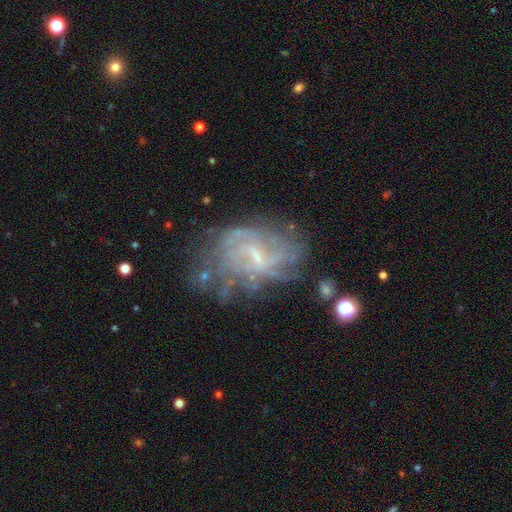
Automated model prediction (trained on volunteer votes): Overall: featured or disk (80%). Edge-on disk: no (97%). Bar: weak (57%; no 28%). Spiral arms: yes (84%). Spiral arm count: can't tell (50%; 4 14%). Spiral winding: tight (45%; medium 36%). Bulge size: small (66%). Merging: none (57%; minor disturbance 22%).